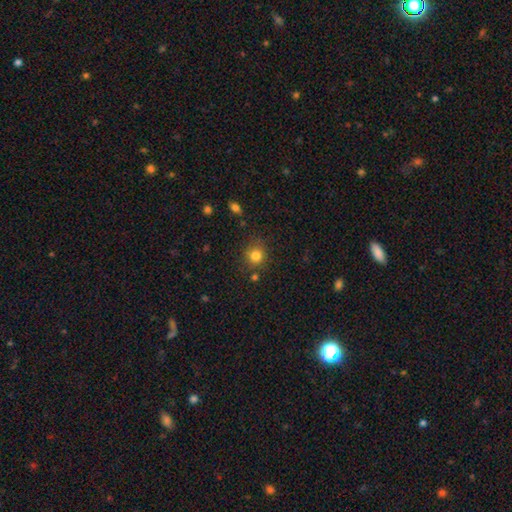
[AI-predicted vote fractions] smooth 82%, star or artifact 12%, featured or disk 6%. Down the decision tree: how rounded — round (87%); merging — none (81%).